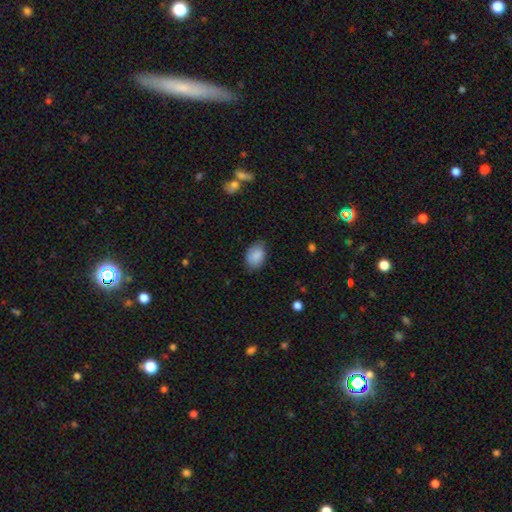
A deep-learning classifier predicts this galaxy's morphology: A smooth galaxy with no disk features (87%) that is in between round and cigar-shaped (80%). Merging: none (73%).